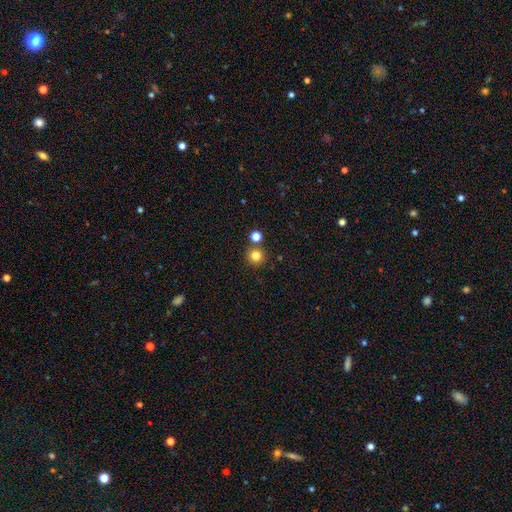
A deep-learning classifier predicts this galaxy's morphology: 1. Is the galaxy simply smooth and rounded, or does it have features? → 80% smooth, 14% star or artifact, 6% featured or disk.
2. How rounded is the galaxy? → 94% round, 5% in between, 1% cigar-shaped.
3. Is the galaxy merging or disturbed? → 79% none, 12% merger, 7% minor disturbance, 2% major disturbance.